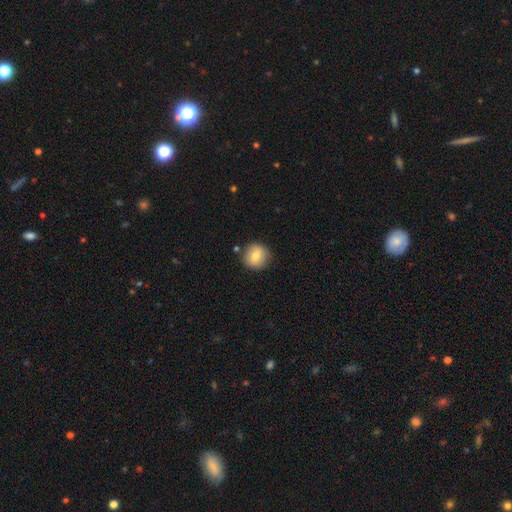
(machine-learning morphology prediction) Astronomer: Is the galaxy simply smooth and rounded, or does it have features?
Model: smooth — 73%.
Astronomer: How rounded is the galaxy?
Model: round — 92%.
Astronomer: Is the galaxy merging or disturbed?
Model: none — 84%.